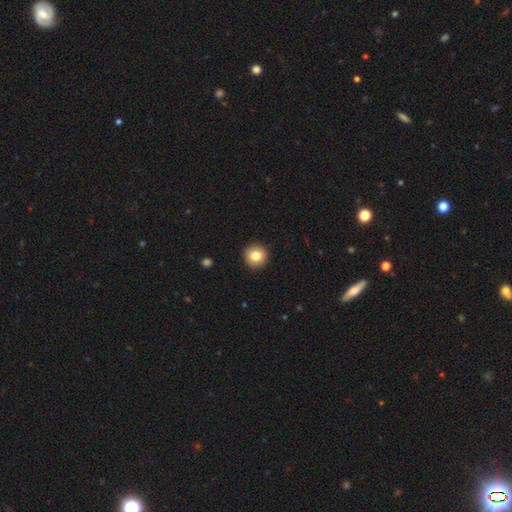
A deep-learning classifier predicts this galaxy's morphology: This is clearly a smooth galaxy (81%). How rounded: clearly round (95%). Merging: clearly none (93%).